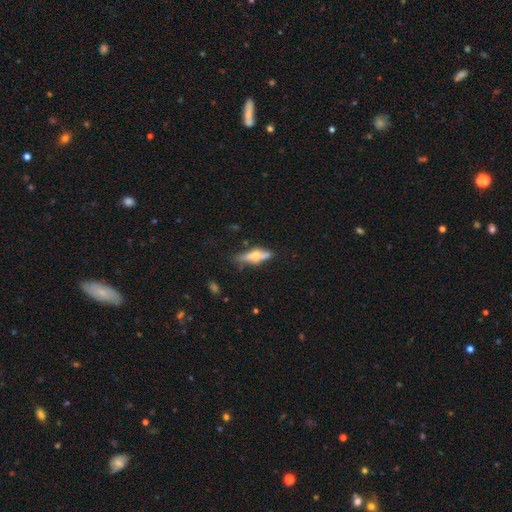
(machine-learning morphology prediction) type=featured or disk (55%); edge-on=yes (87%); merging=none (65%).